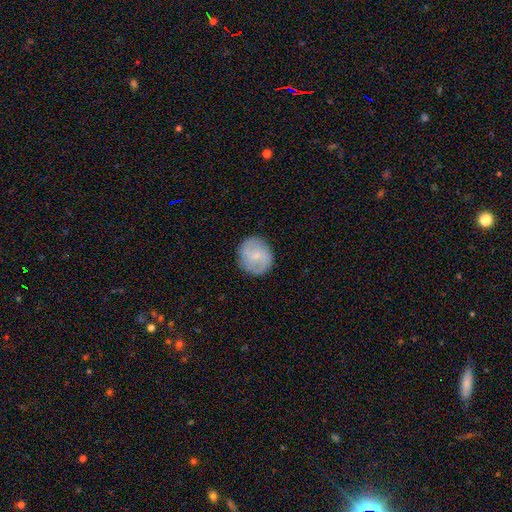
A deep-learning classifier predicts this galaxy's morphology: type=smooth (51%); roundness=round (81%); merging=none (82%).